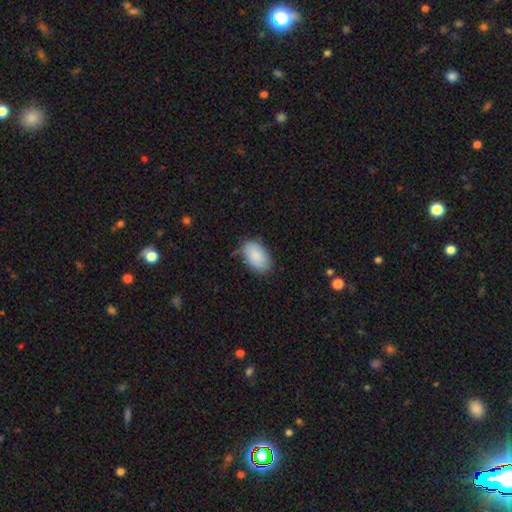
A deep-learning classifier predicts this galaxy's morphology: This is clearly a smooth galaxy (86%). How rounded: clearly in between (93%). Merging: likely none (73%).